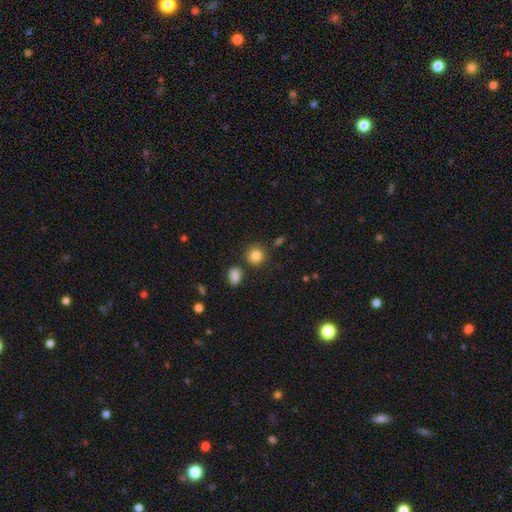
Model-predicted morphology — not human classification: smooth 84%, star or artifact 10%, featured or disk 6%. Down the decision tree: how rounded — round (89%); merging — none (81%).